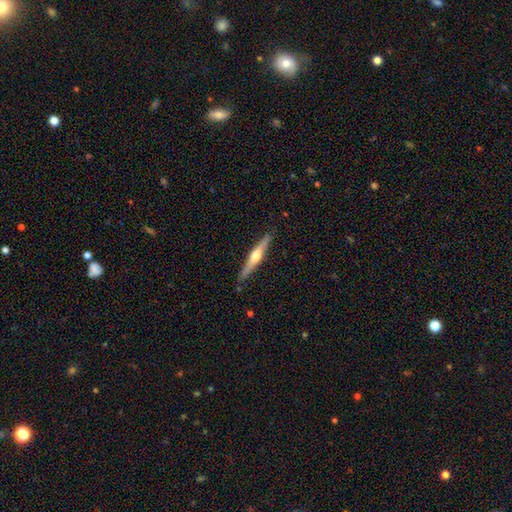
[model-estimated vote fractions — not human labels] featured or disk 59%, smooth 35%, star or artifact 5%. Down the decision tree: edge-on disk — yes (96%); edge-on bulge — rounded (89%); merging — none (86%).